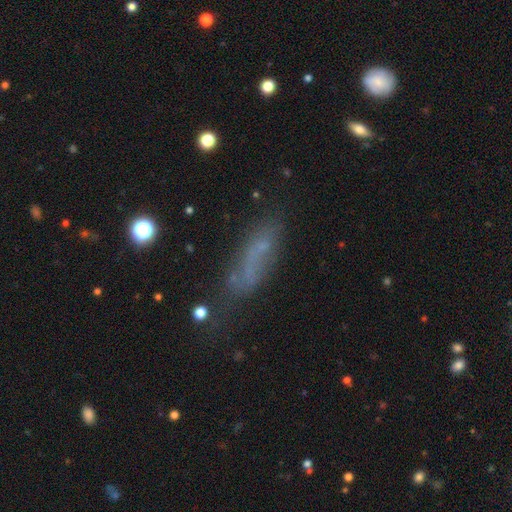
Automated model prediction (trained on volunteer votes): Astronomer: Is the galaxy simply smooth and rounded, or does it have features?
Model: smooth — 52% (runner-up: featured or disk, 32%).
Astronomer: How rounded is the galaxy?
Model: cigar-shaped — 57% (runner-up: in between, 39%).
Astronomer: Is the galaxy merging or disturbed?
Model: none — 53%.